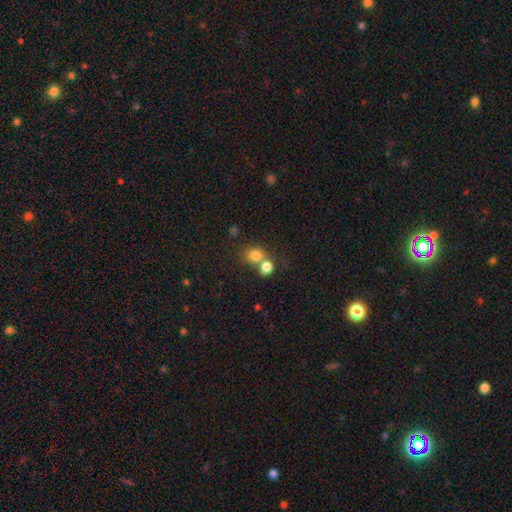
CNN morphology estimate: This appears to be a smooth galaxy with no disk features (79%) that is round (63%). Merging: merger (44%).